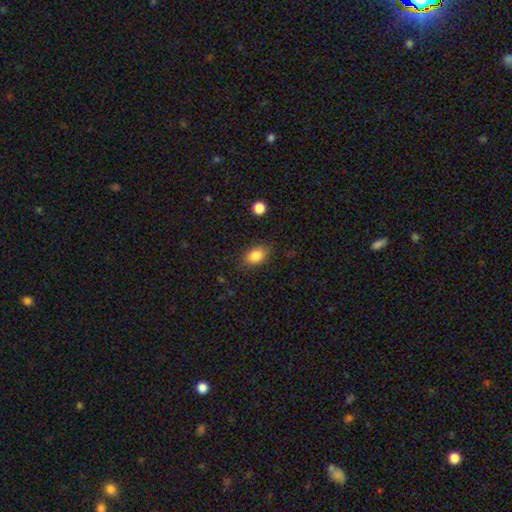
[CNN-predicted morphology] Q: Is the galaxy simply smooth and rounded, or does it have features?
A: smooth — 85%.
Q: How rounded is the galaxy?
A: in between — 81%.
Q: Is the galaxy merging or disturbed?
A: none — 83%.